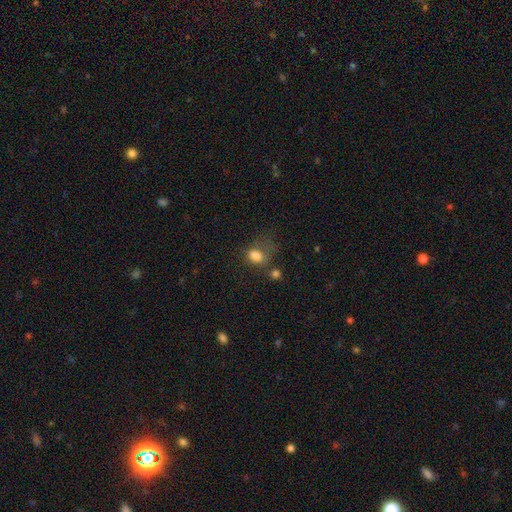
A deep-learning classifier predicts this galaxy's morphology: smooth_or_featured: smooth (p=0.79) [alt: star or artifact p=0.12]
how_rounded: in between (p=0.61) [alt: round p=0.37]
merging: none (p=0.35) [alt: major disturbance p=0.27]